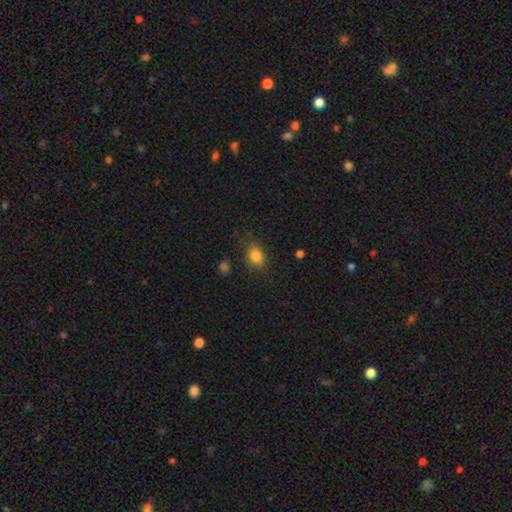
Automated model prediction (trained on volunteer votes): Q: Smooth or featured?
A: smooth (83%); runner-up: star or artifact (10%)
Q: How rounded?
A: in between (64%); runner-up: round (35%)
Q: Merging?
A: none (80%); runner-up: minor disturbance (14%)